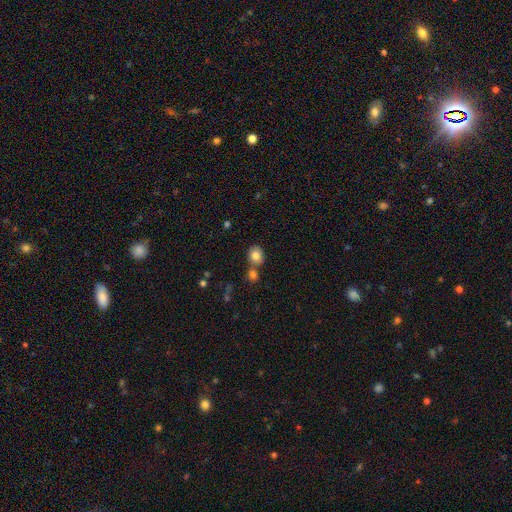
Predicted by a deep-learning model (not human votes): Smooth or featured?
  - smooth: 81% *
  - star or artifact: 10%
  - featured or disk: 9%
How rounded?
  - round: 72% *
  - in between: 27%
  - cigar-shaped: 1%
Merging?
  - none: 64% *
  - merger: 22%
  - minor disturbance: 10%
  - major disturbance: 3%